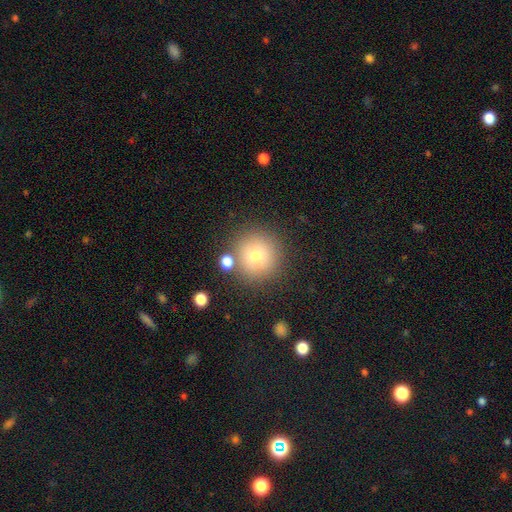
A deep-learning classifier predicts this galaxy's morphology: smooth-or-featured: smooth: 75% | star or artifact: 13% | featured or disk: 12%
  how-rounded: round: 95% | in between: 4% | cigar-shaped: 1%
  merging: none: 81% | minor disturbance: 9% | merger: 7% | major disturbance: 3%